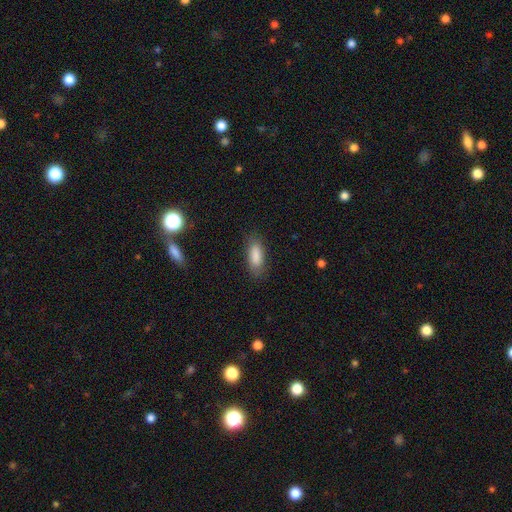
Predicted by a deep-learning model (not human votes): Smooth or featured: smooth — 87% (star or artifact — 7%)
How rounded: in between — 77% (cigar-shaped — 21%)
Merging: none — 83% (minor disturbance — 13%)